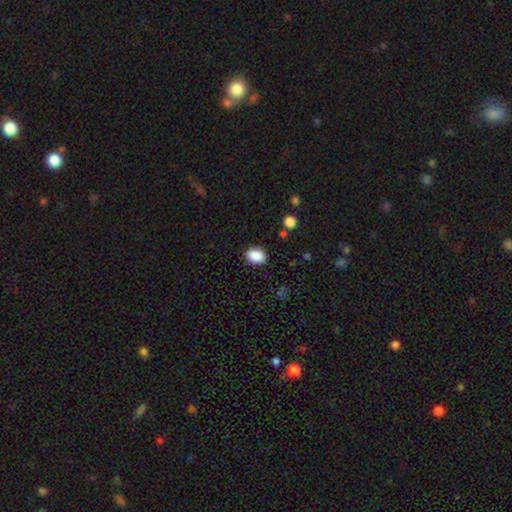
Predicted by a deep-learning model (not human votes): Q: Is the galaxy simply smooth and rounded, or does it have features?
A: smooth — 89%.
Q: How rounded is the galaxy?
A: in between — 73%.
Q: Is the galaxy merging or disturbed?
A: none — 87%.